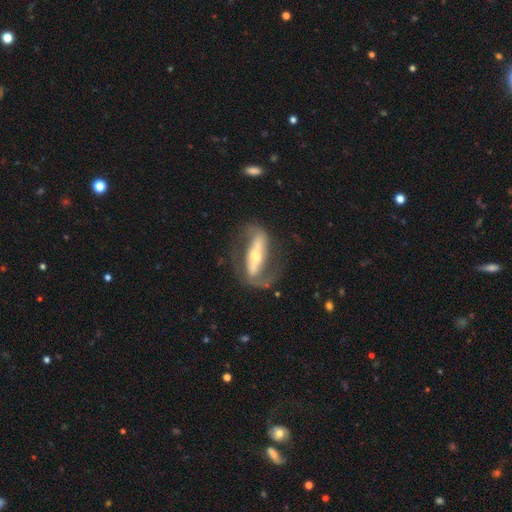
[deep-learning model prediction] Smooth or featured?
  - featured or disk: 82% *
  - smooth: 13%
  - star or artifact: 5%
Edge-on disk?
  - no: 80% *
  - yes: 20%
Bar?
  - strong: 72% *
  - weak: 14%
  - no: 14%
Spiral arms?
  - yes: 81% *
  - no: 19%
Spiral winding?
  - medium: 43% *
  - loose: 35%
  - tight: 23%
Spiral arm count?
  - 2: 85% *
  - can't tell: 7%
  - 1: 5%
  - 3: 1%
  - 4: 1%
  - more than 4: 1%
Bulge size?
  - moderate: 48% *
  - small: 45%
  - large: 5%
  - dominant: 2%
  - none: 1%
Merging?
  - none: 66% *
  - major disturbance: 16%
  - minor disturbance: 16%
  - merger: 2%